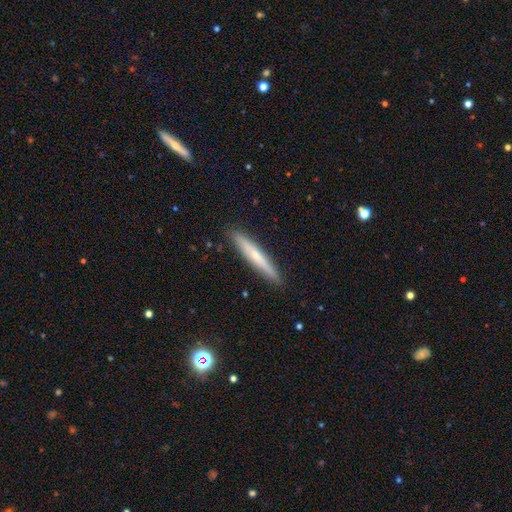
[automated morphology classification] Overall: smooth (52%; featured or disk 42%). How rounded: cigar-shaped (95%). Merging: none (91%).